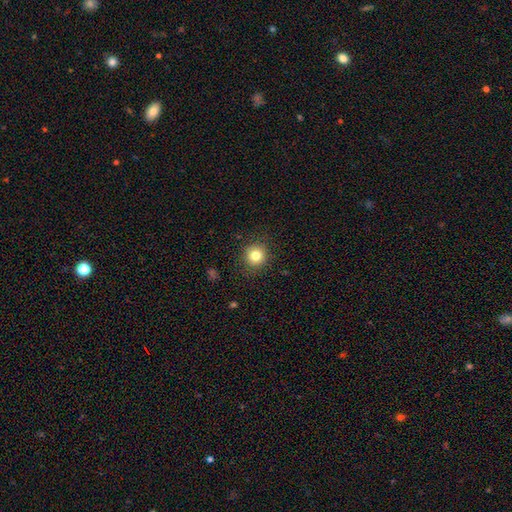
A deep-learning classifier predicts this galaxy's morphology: This is clearly a smooth galaxy (81%). How rounded: clearly round (90%). Merging: clearly none (89%).